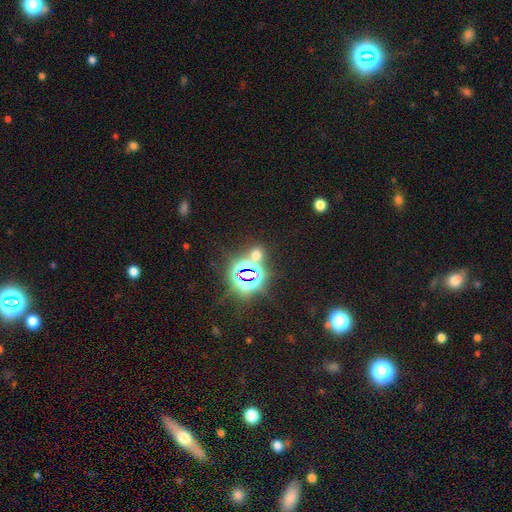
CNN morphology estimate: type=star or artifact (61%).